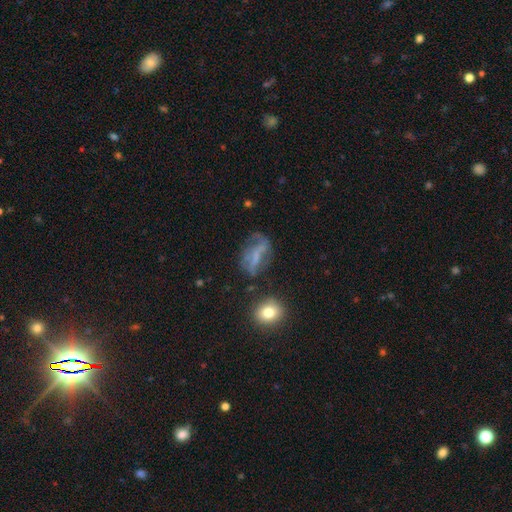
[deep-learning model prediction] smooth_or_featured: featured or disk (p=0.50) [alt: smooth p=0.35]
merging: none (p=0.46) [alt: major disturbance p=0.24]